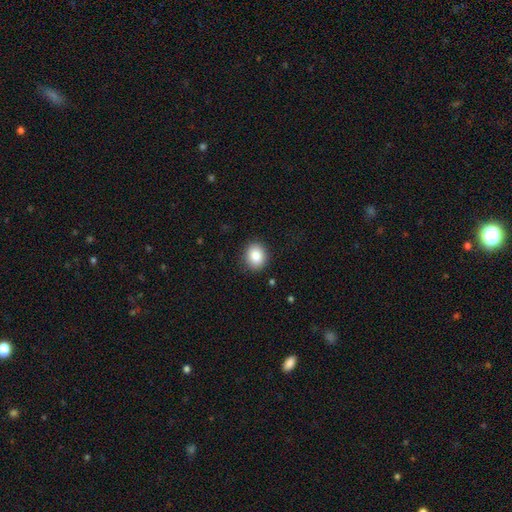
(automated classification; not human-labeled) smooth_or_featured: smooth (p=0.86) [alt: star or artifact p=0.09]
how_rounded: round (p=0.63) [alt: in between p=0.37]
merging: none (p=0.89) [alt: minor disturbance p=0.08]